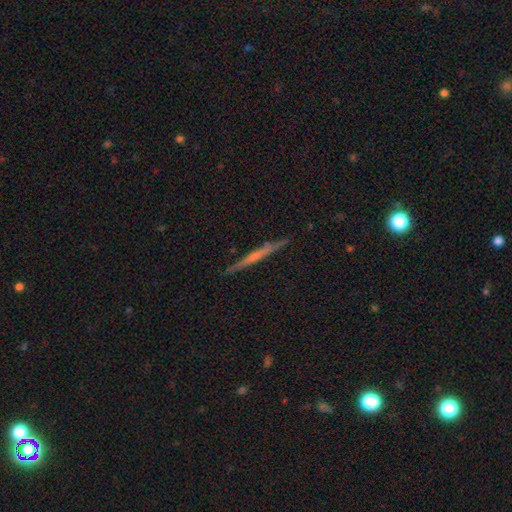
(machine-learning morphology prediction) smooth-or-featured: featured or disk: 57% | smooth: 37% | star or artifact: 6%
  disk-edge-on: yes: 97% | no: 3%
    edge-on-bulge: none: 69% | rounded: 20% | boxy: 10%
  merging: none: 89% | minor disturbance: 8% | major disturbance: 2% | merger: 1%